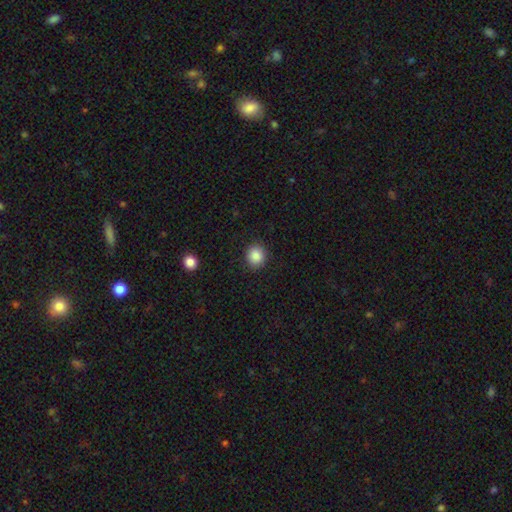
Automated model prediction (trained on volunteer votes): The model was most divided on "how rounded": round: 82%, in between: 17%, cigar-shaped: 1%. More confident: merging — none (90%); smooth or featured — smooth (87%).